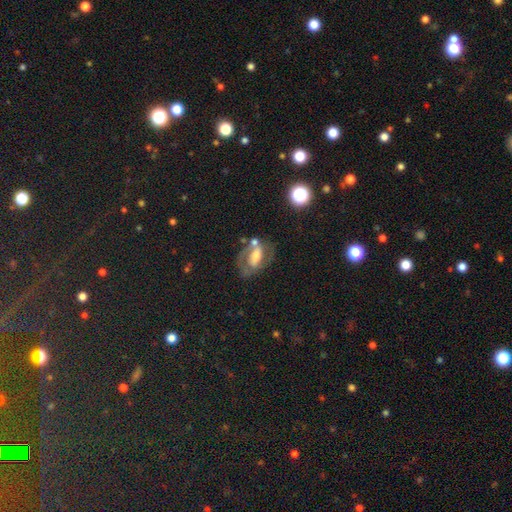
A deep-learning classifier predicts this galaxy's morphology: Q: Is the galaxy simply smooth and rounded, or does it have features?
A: featured or disk — 64%.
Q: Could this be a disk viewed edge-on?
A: no — 93%.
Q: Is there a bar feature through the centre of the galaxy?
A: strong — 35%.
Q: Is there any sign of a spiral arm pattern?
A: yes — 66%.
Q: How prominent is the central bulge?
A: moderate — 47%.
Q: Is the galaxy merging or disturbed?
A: none — 53%.